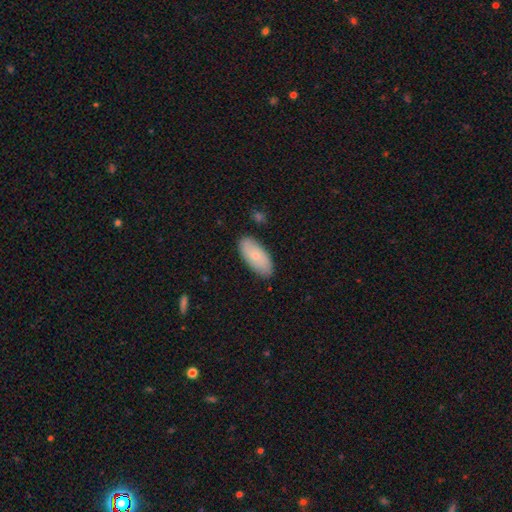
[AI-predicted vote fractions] Smooth or featured?
  - smooth: 74% *
  - featured or disk: 20%
  - star or artifact: 6%
How rounded?
  - in between: 90% *
  - cigar-shaped: 8%
  - round: 2%
Merging?
  - none: 84% *
  - minor disturbance: 12%
  - major disturbance: 2%
  - merger: 2%